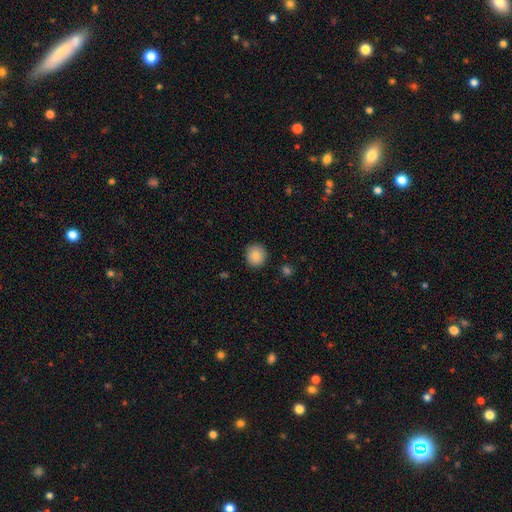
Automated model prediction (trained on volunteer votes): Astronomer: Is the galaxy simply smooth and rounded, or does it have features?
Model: smooth — 85%.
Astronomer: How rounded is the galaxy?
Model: round — 89%.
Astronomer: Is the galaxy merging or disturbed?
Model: none — 90%.